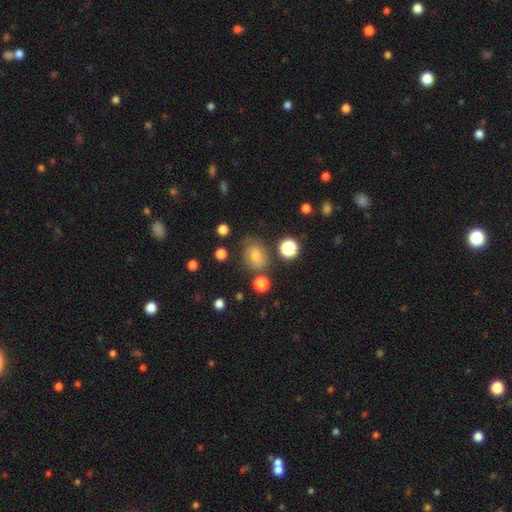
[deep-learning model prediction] Morphology: type=smooth (54%); roundness=round (55%); merging=none (70%).